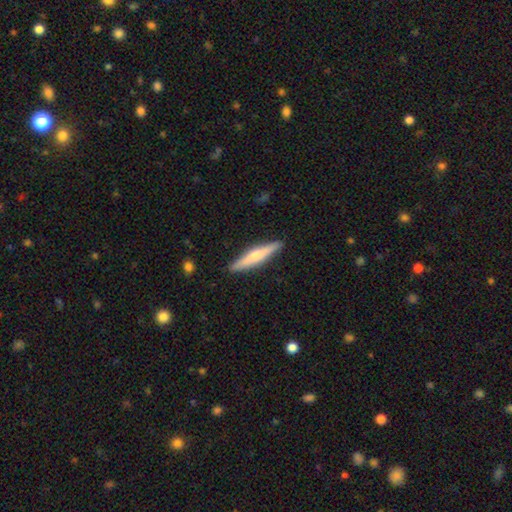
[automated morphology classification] A smooth galaxy with no disk features (51%) that is cigar-shaped (89%). Merging: none (90%).